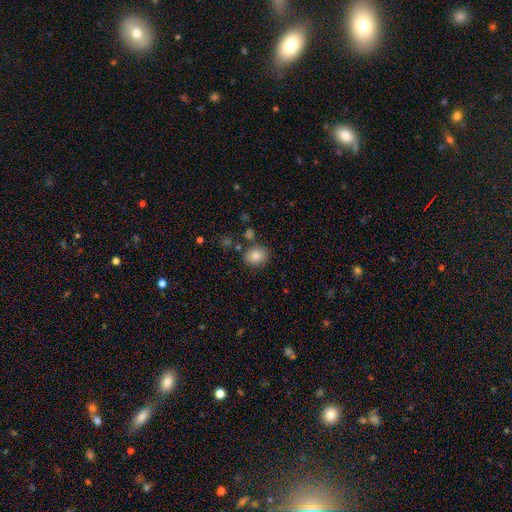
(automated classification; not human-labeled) A smooth galaxy with no disk features (84%) that is round (56%). Merging: none (79%).